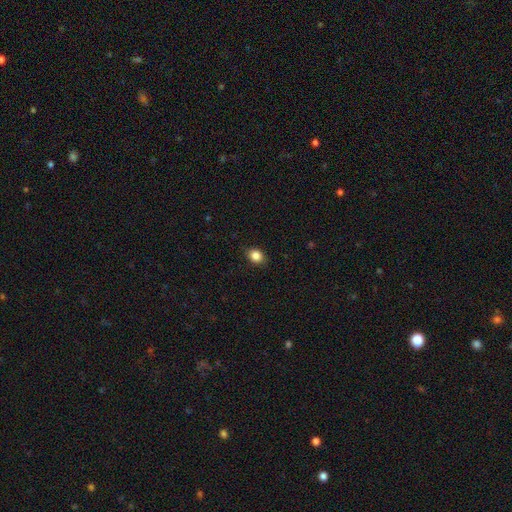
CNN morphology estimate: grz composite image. It shows a smooth galaxy with no disk features (85%) that is round (52%). Merging: none (87%).